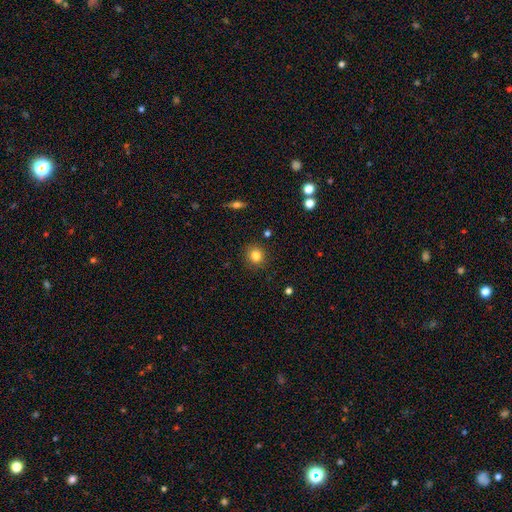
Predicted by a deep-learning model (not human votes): This is clearly a smooth galaxy (83%). How rounded: clearly round (91%). Merging: clearly none (89%).